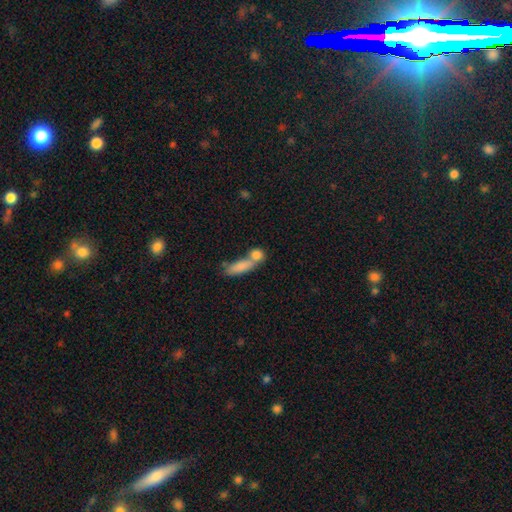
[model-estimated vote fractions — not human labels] This appears to be a smooth galaxy with no disk features (81%) that is in between round and cigar-shaped (43%). Merging: merger (51%).